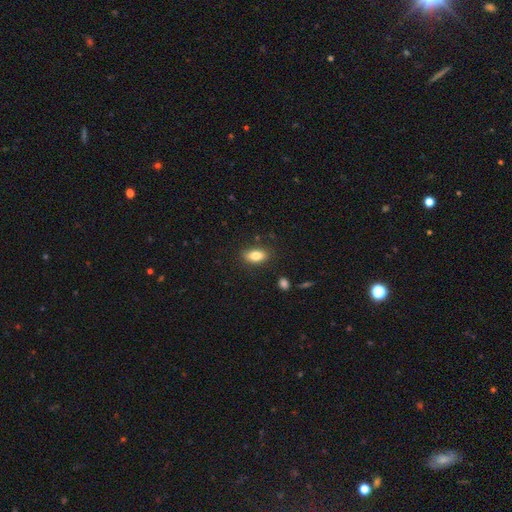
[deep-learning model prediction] This is clearly a smooth galaxy (82%). How rounded: clearly in between (88%). Merging: clearly none (84%).